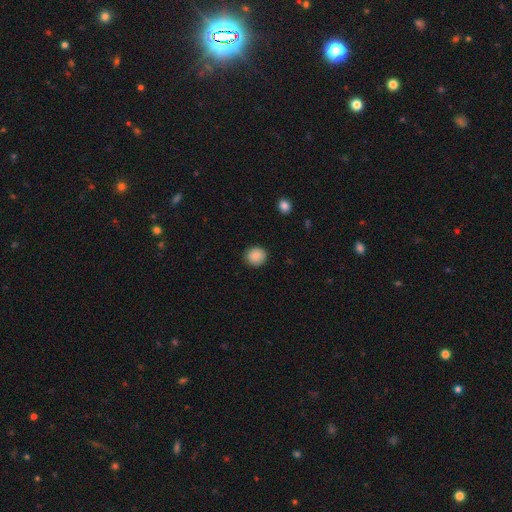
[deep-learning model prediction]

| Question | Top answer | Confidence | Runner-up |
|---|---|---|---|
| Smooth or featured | smooth | 89% | star or artifact (8%) |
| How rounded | round | 87% | in between (12%) |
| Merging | none | 91% | minor disturbance (6%) |